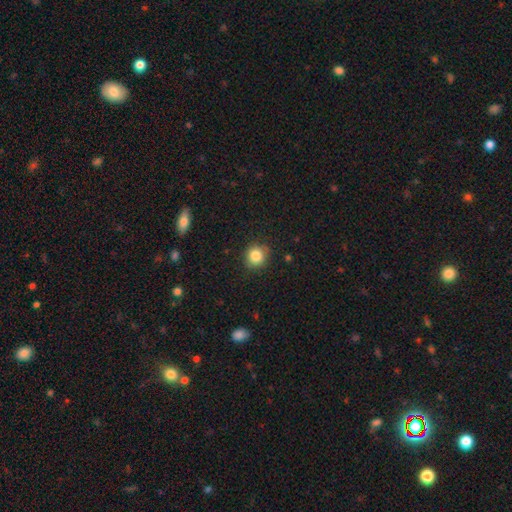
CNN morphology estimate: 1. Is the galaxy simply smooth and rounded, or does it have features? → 84% smooth, 10% star or artifact, 6% featured or disk.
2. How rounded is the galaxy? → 88% round, 11% in between, 1% cigar-shaped.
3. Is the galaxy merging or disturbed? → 84% none, 12% minor disturbance, 3% major disturbance, 1% merger.